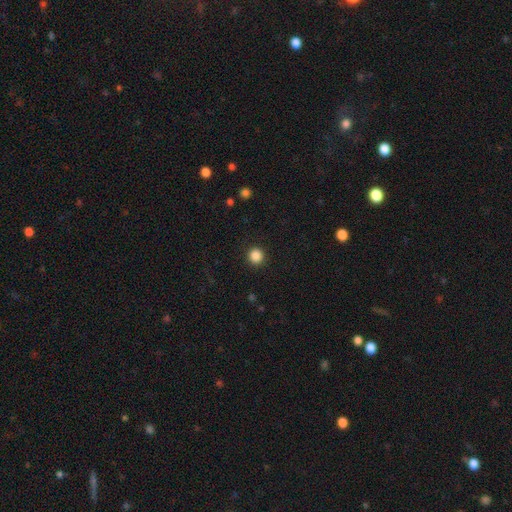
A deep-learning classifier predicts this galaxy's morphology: Smooth or featured? Predicted: smooth (p=0.87). How rounded? Predicted: round (p=0.93). Merging? Predicted: none (p=0.92).